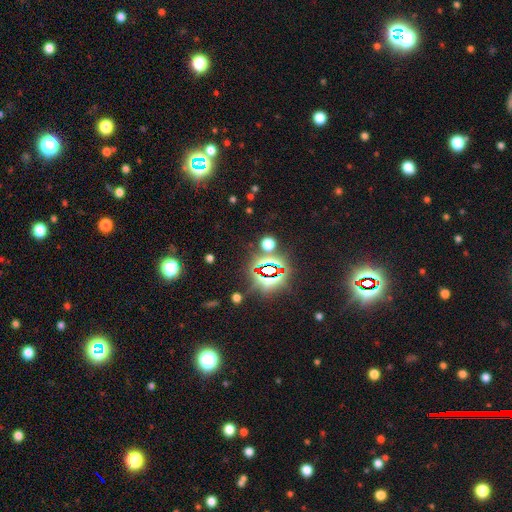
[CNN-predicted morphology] Smooth or featured? Predicted: star or artifact (p=0.81).